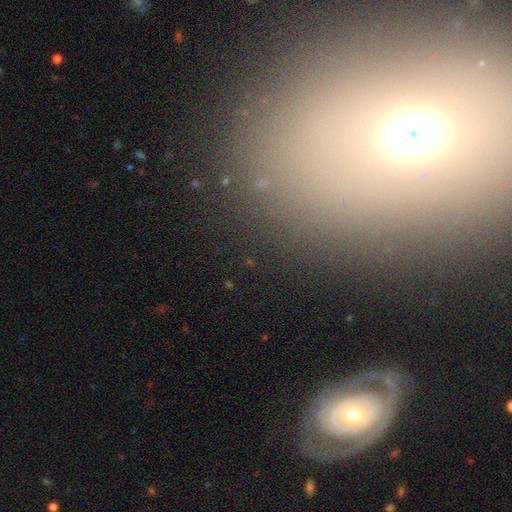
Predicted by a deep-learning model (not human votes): A smooth galaxy with no disk features (36%, tied with featured or disk).

Vote fractions:
- Smooth or featured? smooth: 36% (tied) / featured or disk: 36% (tied) / star or artifact: 28%
- Merging? none: 73% / minor disturbance: 12% / merger: 8% / major disturbance: 7%